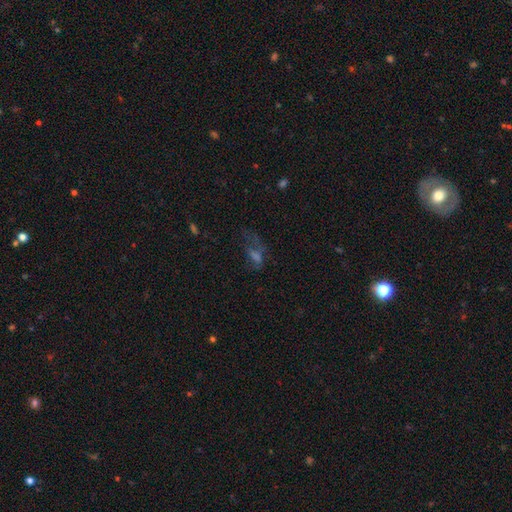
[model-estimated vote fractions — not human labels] Smooth or featured? smooth (37%)
Merging? major disturbance (39%)